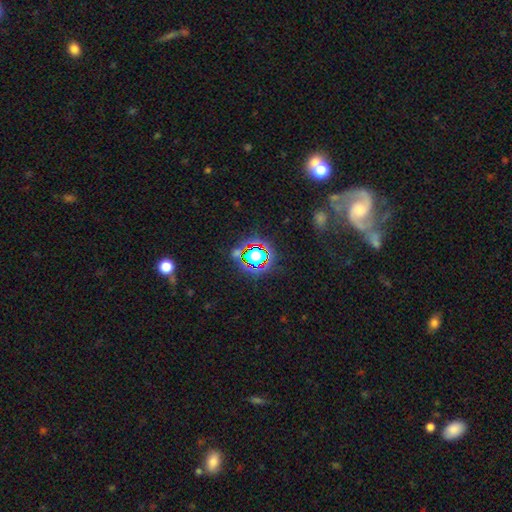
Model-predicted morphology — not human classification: Smooth or featured? Predicted: star or artifact (p=0.64).